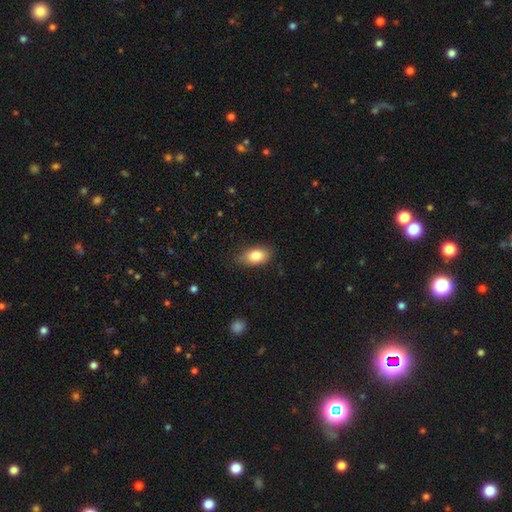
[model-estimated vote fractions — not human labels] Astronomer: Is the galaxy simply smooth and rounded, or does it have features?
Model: smooth — 83%.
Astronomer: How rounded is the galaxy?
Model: in between — 90%.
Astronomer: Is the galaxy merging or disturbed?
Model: none — 78%.